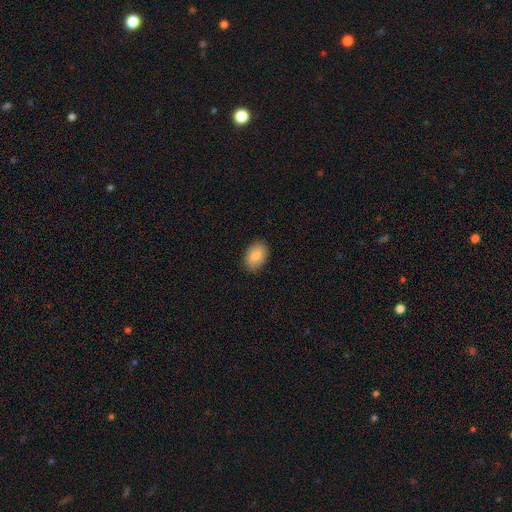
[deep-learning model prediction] A smooth galaxy with no disk features (84%) that is in between round and cigar-shaped (87%). Merging: none (87%).